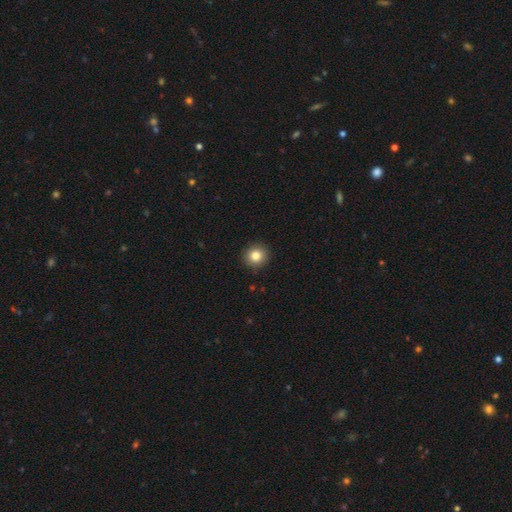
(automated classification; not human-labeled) smooth 83%, star or artifact 10%, featured or disk 7%. Down the decision tree: how rounded — round (92%); merging — none (92%).